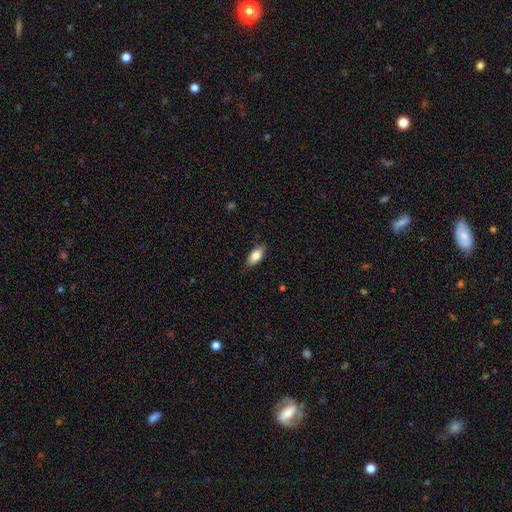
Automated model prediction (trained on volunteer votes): Smooth or featured?
  - smooth: 81% *
  - featured or disk: 13%
  - star or artifact: 7%
How rounded?
  - in between: 86% *
  - cigar-shaped: 11%
  - round: 3%
Merging?
  - none: 84% *
  - minor disturbance: 12%
  - major disturbance: 2%
  - merger: 1%